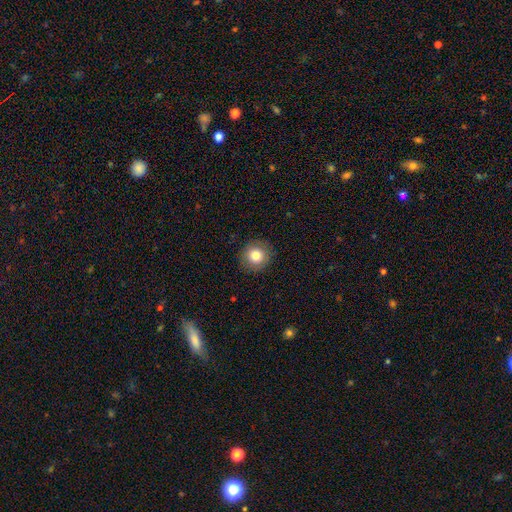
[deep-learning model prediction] Overall: smooth (80%). How rounded: round (92%). Merging: none (90%).